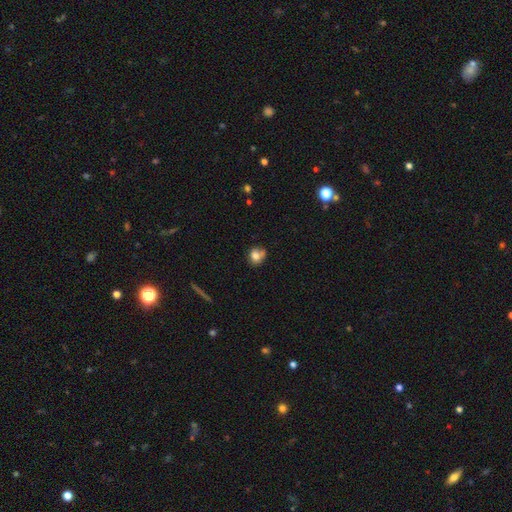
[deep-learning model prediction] The model was most divided on "merging": none: 56%, merger: 21%, minor disturbance: 18%, major disturbance: 6%. More confident: how rounded — round (76%); smooth or featured — smooth (75%).